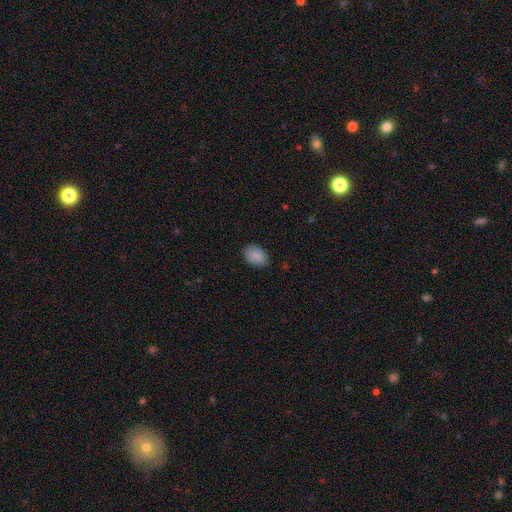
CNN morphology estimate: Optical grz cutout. It shows a smooth galaxy with no disk features (89%) that is in between round and cigar-shaped (84%). Merging: none (83%).